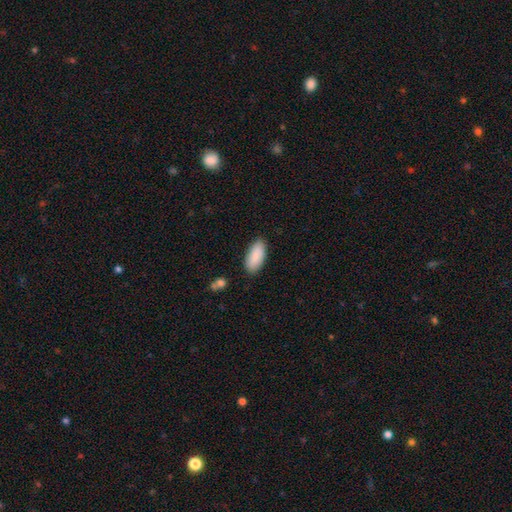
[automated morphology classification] The model was most divided on "merging": none: 86%, minor disturbance: 10%, major disturbance: 2%, merger: 1%. More confident: smooth or featured — smooth (89%); how rounded — in between (87%).